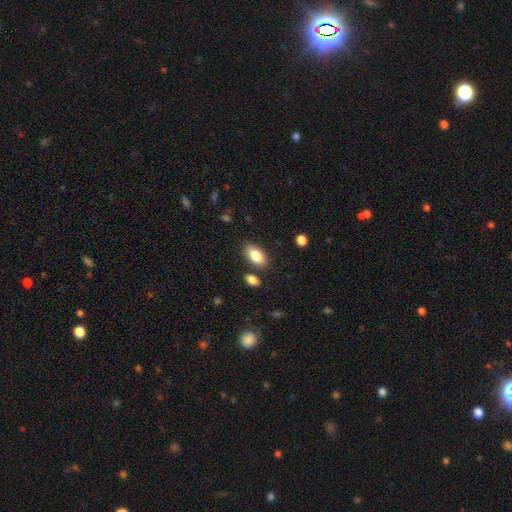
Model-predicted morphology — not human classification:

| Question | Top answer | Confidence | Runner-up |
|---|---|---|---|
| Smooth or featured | smooth | 85% | featured or disk (8%) |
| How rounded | in between | 93% | round (5%) |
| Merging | none | 82% | minor disturbance (10%) |